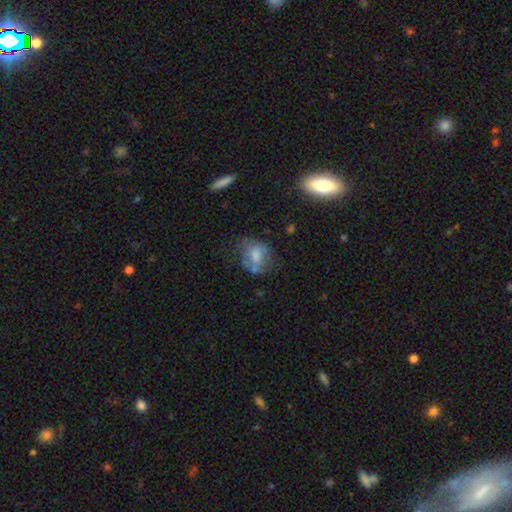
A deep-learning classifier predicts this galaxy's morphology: Smooth or featured: smooth — 62% (featured or disk — 28%)
How rounded: round — 54% (in between — 45%)
Merging: none — 48% (minor disturbance — 27%)